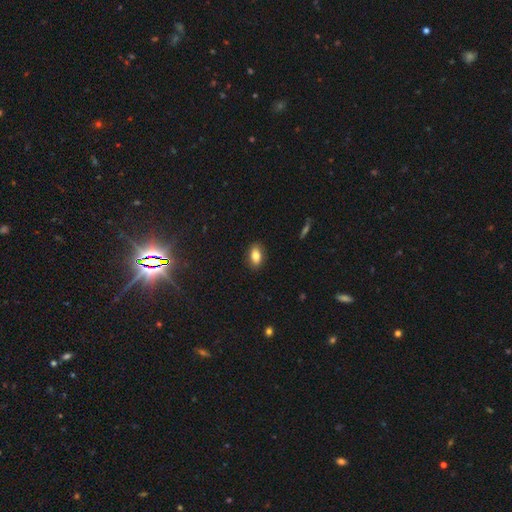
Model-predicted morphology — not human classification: smooth 81%, featured or disk 11%, star or artifact 8%. Down the decision tree: how rounded — in between (88%); merging — none (87%).